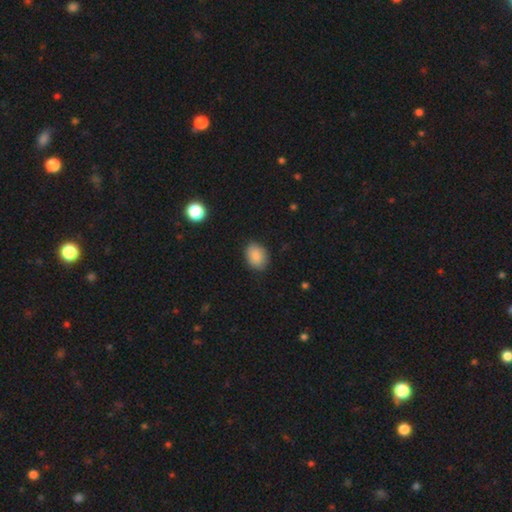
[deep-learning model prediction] Smooth or featured: smooth — 87% (star or artifact — 8%)
How rounded: in between — 69% (round — 30%)
Merging: none — 84% (minor disturbance — 12%)